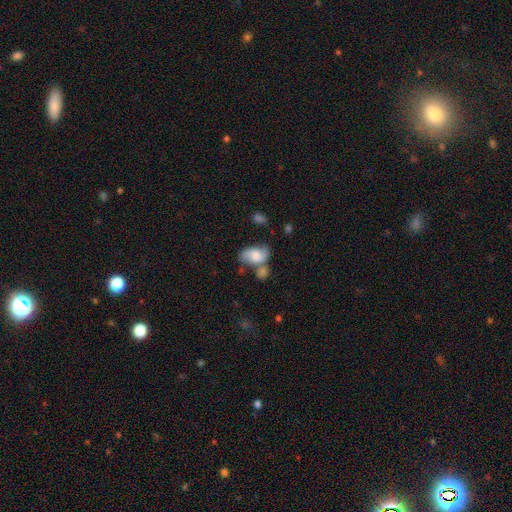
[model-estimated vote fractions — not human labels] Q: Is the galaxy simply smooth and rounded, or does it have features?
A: smooth — 48%.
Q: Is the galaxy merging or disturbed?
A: none — 38%.